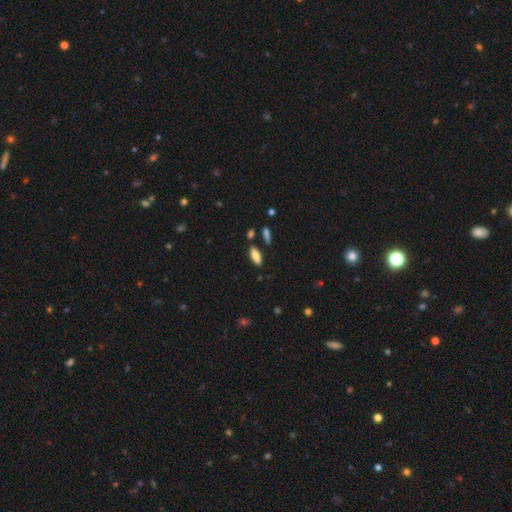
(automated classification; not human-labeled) Smooth or featured? Predicted: smooth (p=0.78). How rounded? Predicted: in between (p=0.82). Merging? Predicted: none (p=0.82).